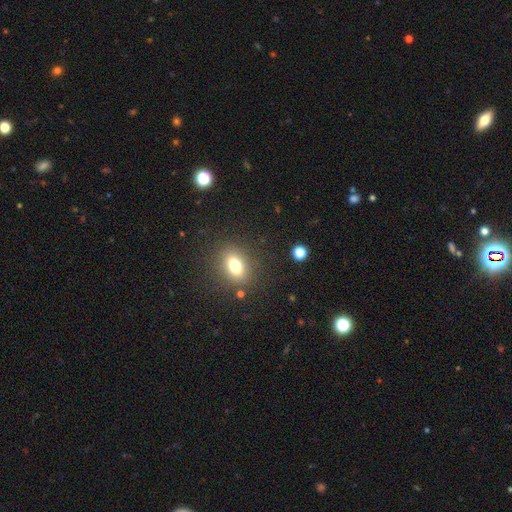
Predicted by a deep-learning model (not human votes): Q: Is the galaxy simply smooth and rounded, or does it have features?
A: smooth — 58%.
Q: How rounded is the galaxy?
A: round — 70%.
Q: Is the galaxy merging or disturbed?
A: none — 90%.